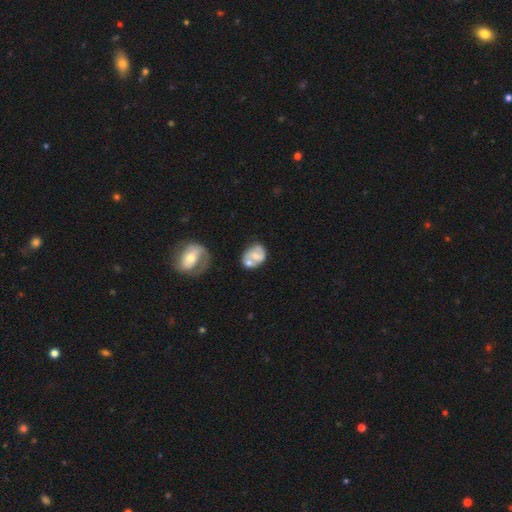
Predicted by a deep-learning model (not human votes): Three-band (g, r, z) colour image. It shows a featured or disk galaxy (54%) with no bar (63%), spiral arms (62%) and a moderate central bulge (49%). Merging: none (37%).